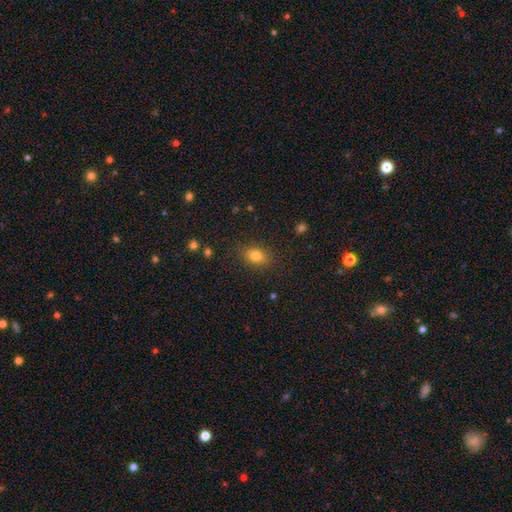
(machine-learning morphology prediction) Overall: smooth (81%). How rounded: in between (75%). Merging: none (85%).